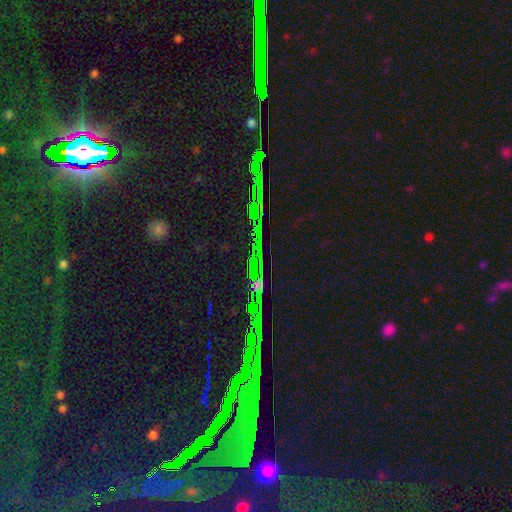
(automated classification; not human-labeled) Overall: star or artifact (82%).